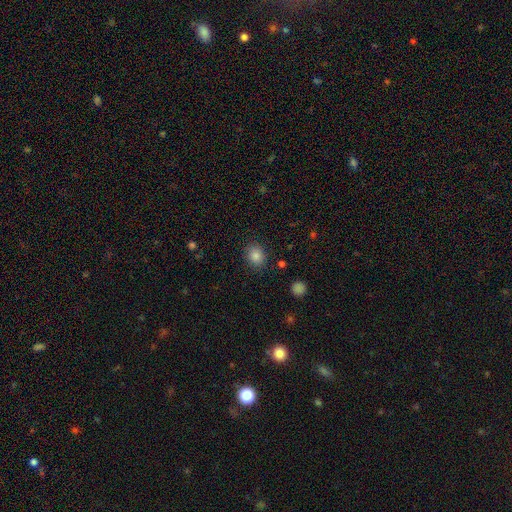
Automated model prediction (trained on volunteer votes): This is clearly a smooth galaxy (84%). How rounded: possibly round (57%). Merging: clearly none (87%).